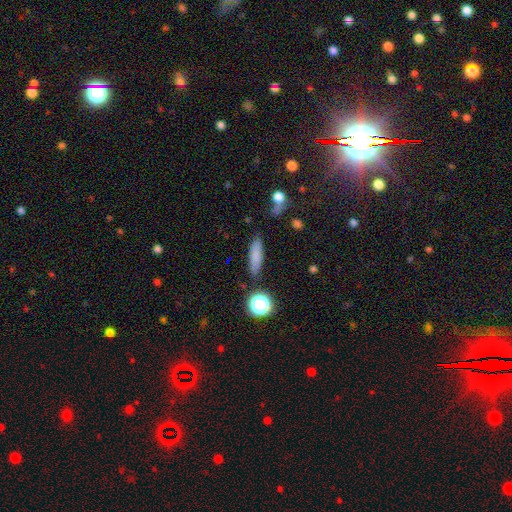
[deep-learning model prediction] A smooth galaxy with no disk features (78%) that is cigar-shaped (64%).

Vote fractions:
- Smooth or featured? smooth: 78% / star or artifact: 11% / featured or disk: 11%
- How rounded? cigar-shaped: 64% / in between: 31% / round: 5%
- Merging? none: 84% / minor disturbance: 10% / merger: 3% / major disturbance: 3%